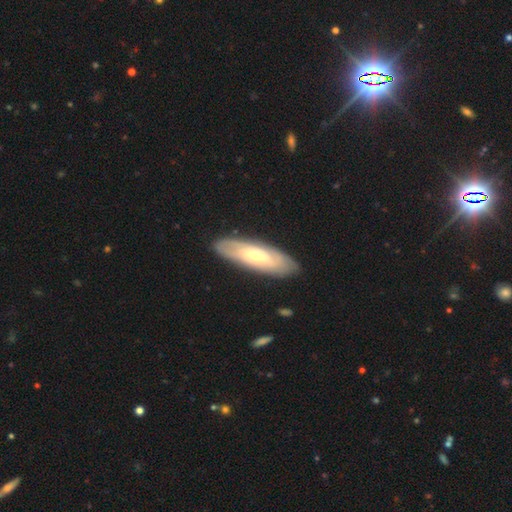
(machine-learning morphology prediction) This is possibly a featured or disk galaxy (48%). Merging: clearly none (85%).